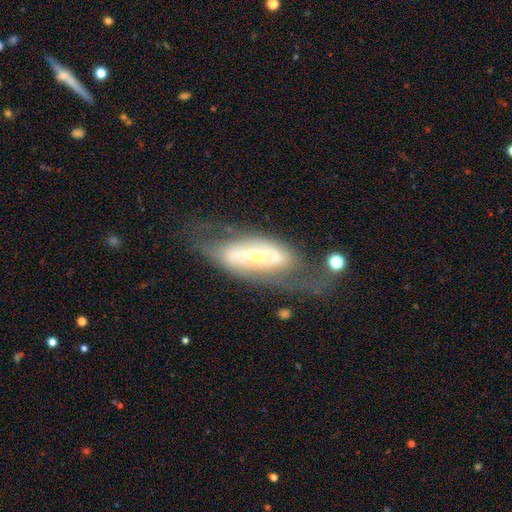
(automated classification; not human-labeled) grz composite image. It shows a featured or disk galaxy (78%) with a strong bar (41%), 2 (71%) medium (42%) spiral arms (80%) and a small central bulge (60%). Merging: none (52%).